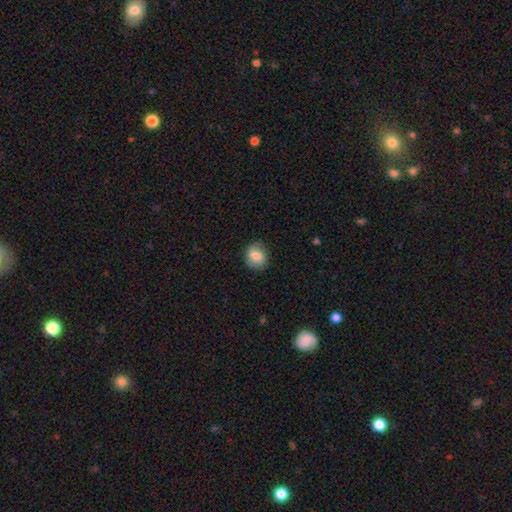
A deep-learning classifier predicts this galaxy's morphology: A smooth galaxy with no disk features (80%) that is round (65%).

Vote fractions:
- Smooth or featured? smooth: 80% / featured or disk: 12% / star or artifact: 8%
- How rounded? round: 65% / in between: 34% / cigar-shaped: 1%
- Merging? none: 82% / minor disturbance: 13% / major disturbance: 3% / merger: 1%